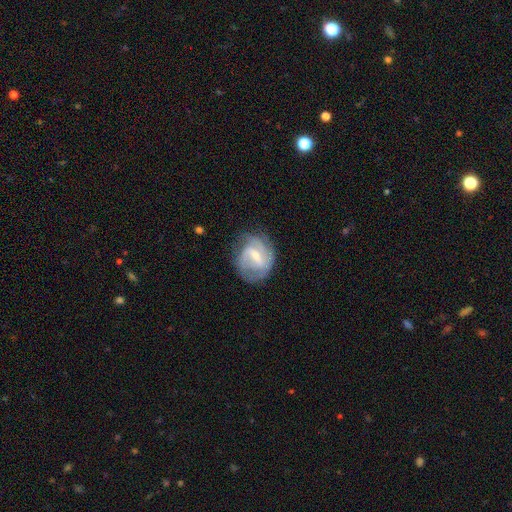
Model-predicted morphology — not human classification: type=featured or disk (77%); edge-on=no (97%); bar=weak (54%); spiral arms=yes (88%); winding=medium (44%); arm count=2 (51%); bulge=small (55%); merging=none (64%).